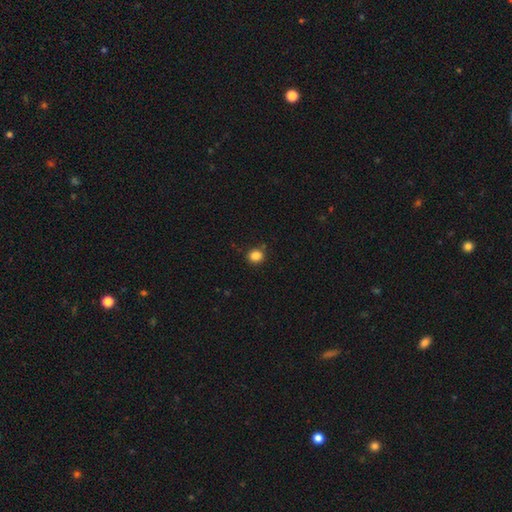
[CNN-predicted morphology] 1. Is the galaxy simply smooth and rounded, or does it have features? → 85% smooth, 11% star or artifact, 3% featured or disk.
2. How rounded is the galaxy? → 82% round, 17% in between, 1% cigar-shaped.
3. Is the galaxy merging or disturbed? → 85% none, 10% minor disturbance, 3% merger, 3% major disturbance.